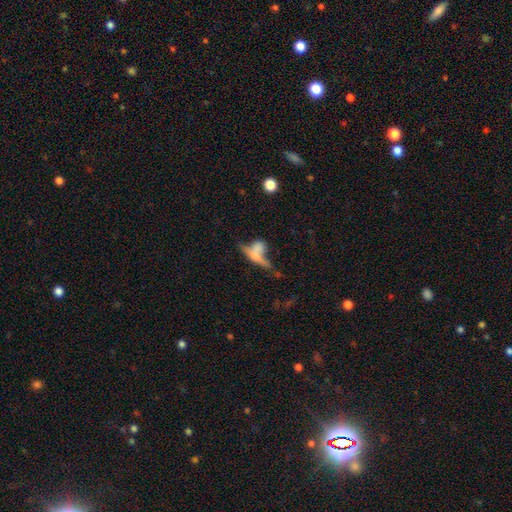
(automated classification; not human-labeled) Morphology: type=smooth (45%); merging=merger (41%).